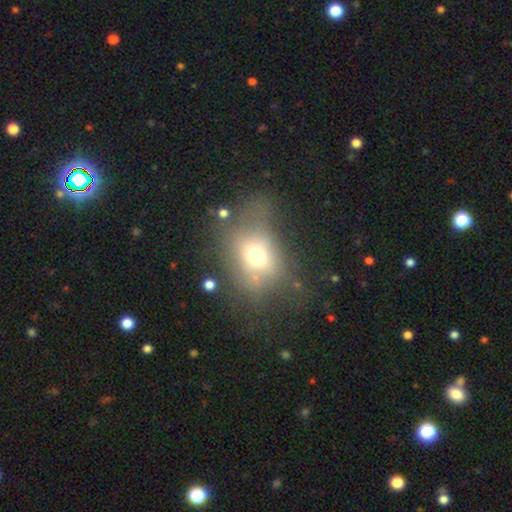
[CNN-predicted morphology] Smooth or featured? Predicted: smooth (p=0.62). How rounded? Predicted: in between (p=0.55). Merging? Predicted: none (p=0.43).